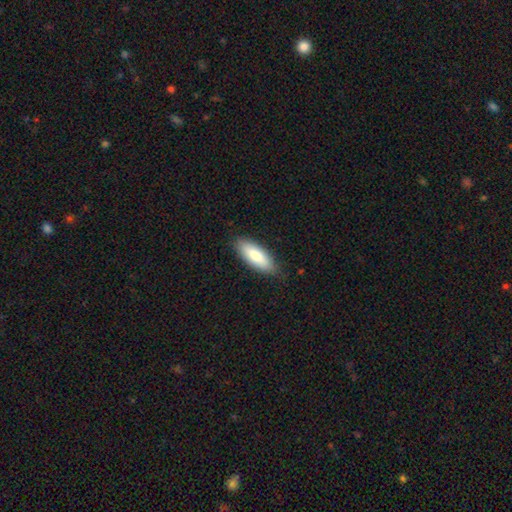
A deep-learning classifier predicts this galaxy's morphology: Smooth or featured?
  - smooth: 83% *
  - featured or disk: 12%
  - star or artifact: 5%
How rounded?
  - in between: 69% *
  - cigar-shaped: 29%
  - round: 2%
Merging?
  - none: 84% *
  - minor disturbance: 13%
  - major disturbance: 2%
  - merger: 1%